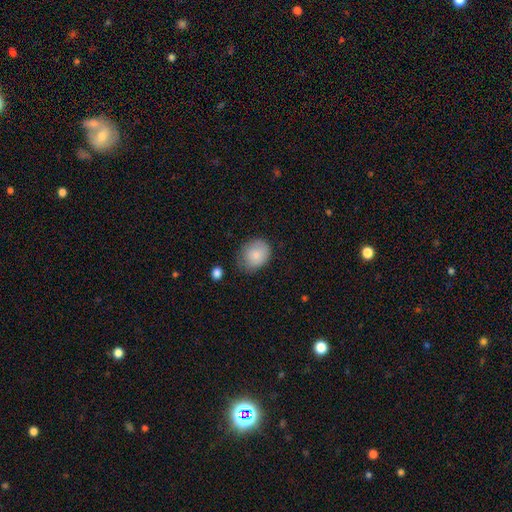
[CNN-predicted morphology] smooth-or-featured: smooth: 84% | featured or disk: 9% | star or artifact: 7%
  how-rounded: round: 53% | in between: 46% | cigar-shaped: 1%
  merging: none: 61% | minor disturbance: 29% | major disturbance: 8% | merger: 2%